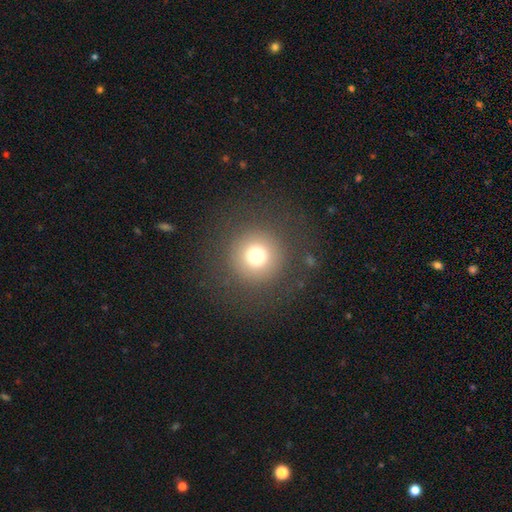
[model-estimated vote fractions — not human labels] Smooth or featured? Predicted: smooth (p=0.73). How rounded? Predicted: round (p=0.96). Merging? Predicted: none (p=0.87).